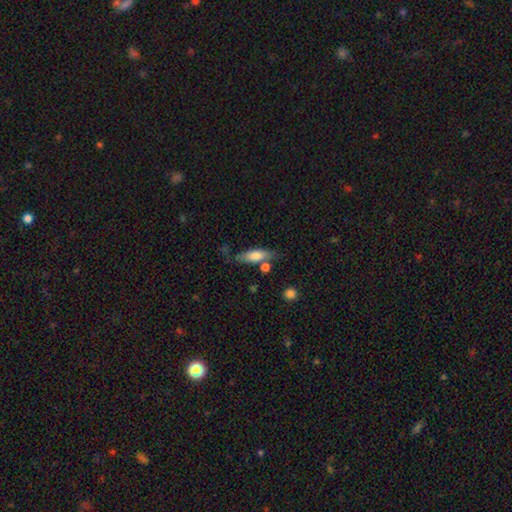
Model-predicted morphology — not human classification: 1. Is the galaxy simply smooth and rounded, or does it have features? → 71% smooth, 22% featured or disk, 7% star or artifact.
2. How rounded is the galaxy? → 57% in between, 40% cigar-shaped, 3% round.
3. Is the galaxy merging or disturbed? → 64% none, 19% minor disturbance, 12% merger, 6% major disturbance.